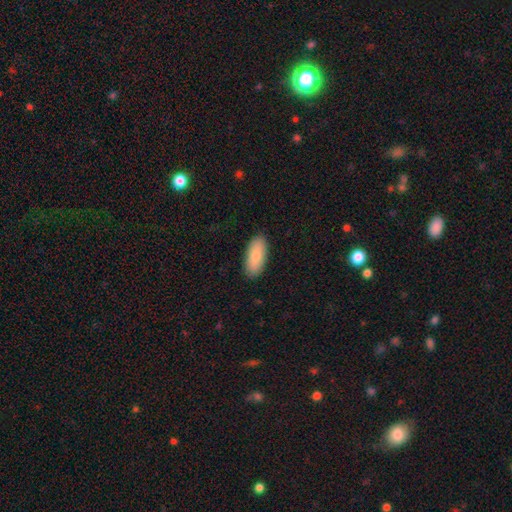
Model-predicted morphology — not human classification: smooth-or-featured: smooth: 84% | featured or disk: 11% | star or artifact: 5%
  how-rounded: in between: 85% | cigar-shaped: 14% | round: 2%
  merging: none: 89% | minor disturbance: 8% | major disturbance: 2% | merger: 1%